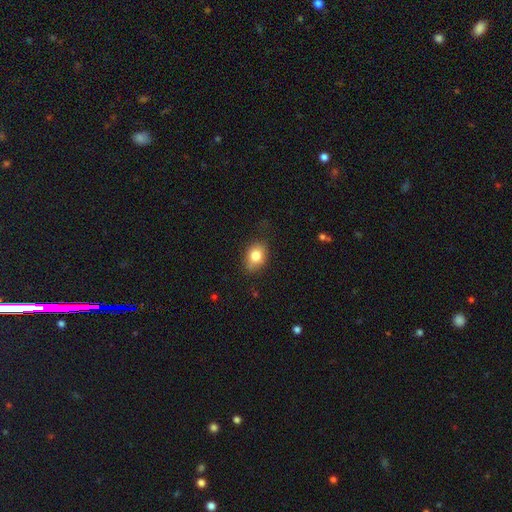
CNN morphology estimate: Overall: smooth (80%). How rounded: in between (71%). Merging: none (73%).